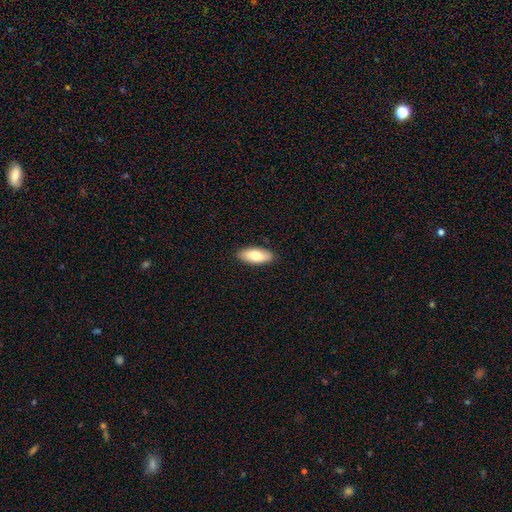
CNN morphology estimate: This appears to be a smooth galaxy with no disk features (78%) that is in between round and cigar-shaped (83%). Merging: none (89%).